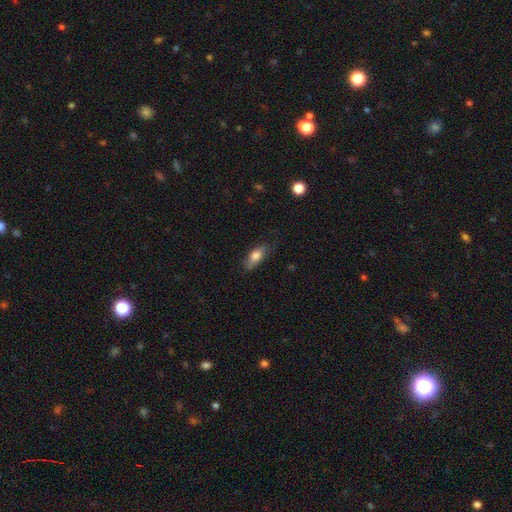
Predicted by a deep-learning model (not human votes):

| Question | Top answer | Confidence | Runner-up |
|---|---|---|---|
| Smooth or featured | smooth | 76% | featured or disk (16%) |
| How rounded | in between | 78% | cigar-shaped (17%) |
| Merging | none | 69% | minor disturbance (23%) |